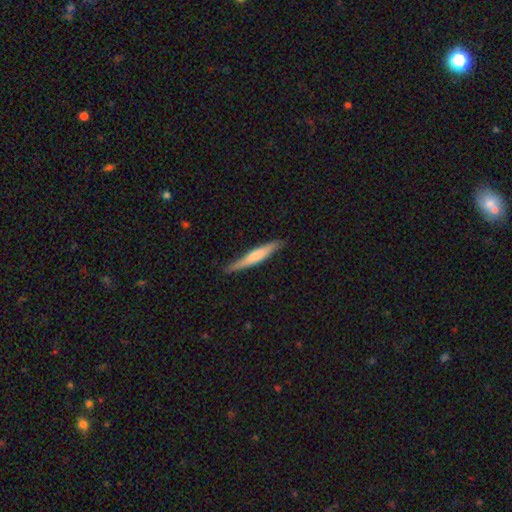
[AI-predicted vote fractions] Smooth or featured?
  - smooth: 56% *
  - featured or disk: 39%
  - star or artifact: 5%
How rounded?
  - cigar-shaped: 94% *
  - in between: 5%
  - round: 1%
Merging?
  - none: 84% *
  - minor disturbance: 13%
  - major disturbance: 2%
  - merger: 1%